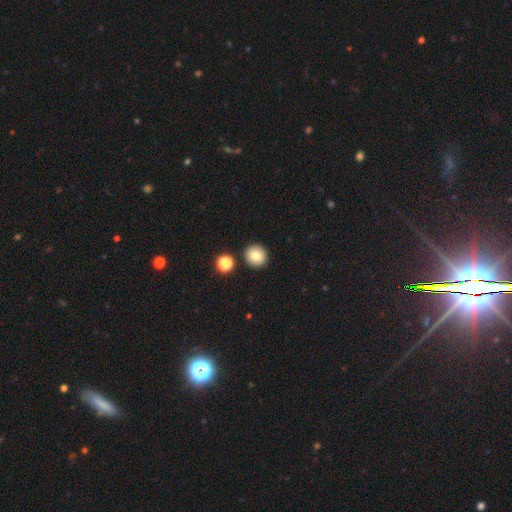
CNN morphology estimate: A smooth galaxy with no disk features (82%) that is round (93%). Merging: none (88%).